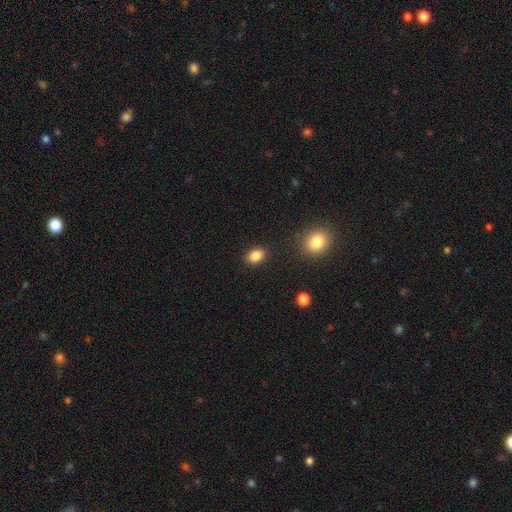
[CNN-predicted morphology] smooth_or_featured: smooth (p=0.86) [alt: star or artifact p=0.10]
how_rounded: in between (p=0.72) [alt: round p=0.26]
merging: none (p=0.86) [alt: minor disturbance p=0.09]